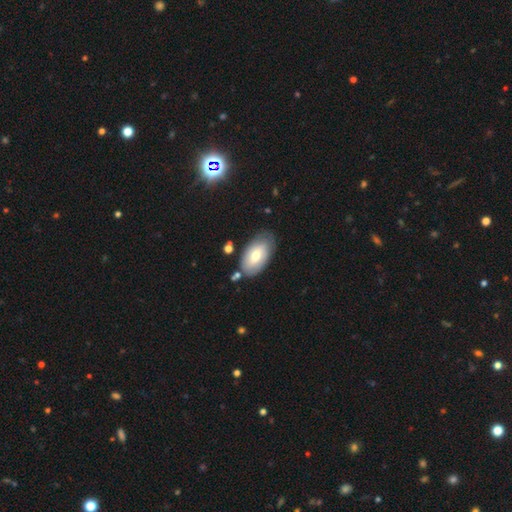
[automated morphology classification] smooth 62%, featured or disk 32%, star or artifact 6%. Down the decision tree: how rounded — in between (94%); merging — none (74%).